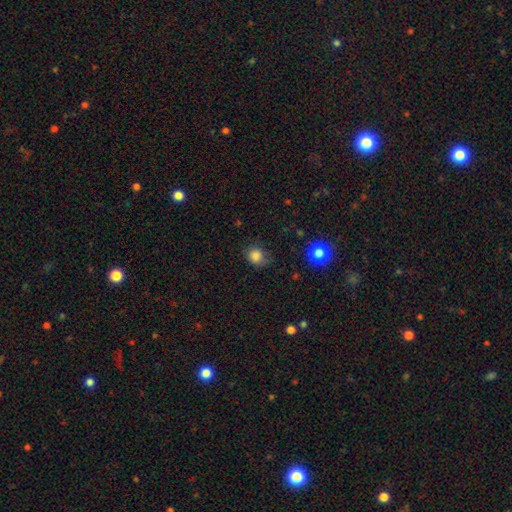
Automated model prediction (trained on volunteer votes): smooth_or_featured: smooth (p=0.84) [alt: star or artifact p=0.12]
how_rounded: round (p=0.75) [alt: in between p=0.24]
merging: none (p=0.69) [alt: minor disturbance p=0.22]